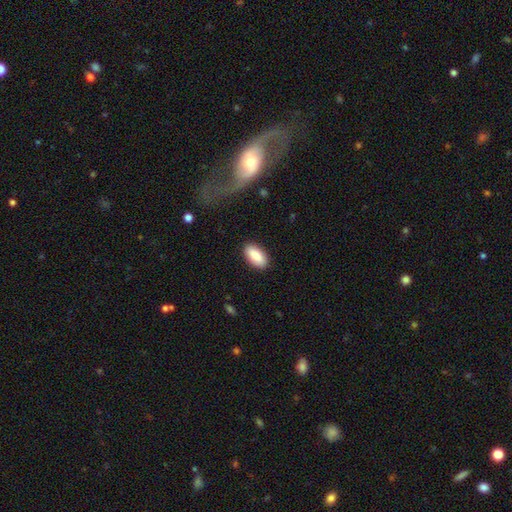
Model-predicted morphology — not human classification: smooth 87%, featured or disk 7%, star or artifact 6%. Down the decision tree: how rounded — in between (92%); merging — none (88%).